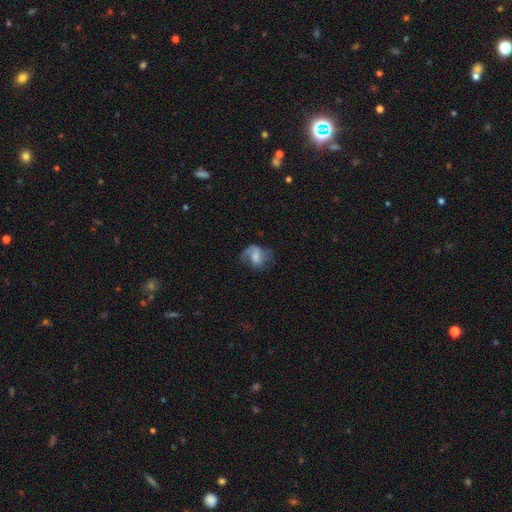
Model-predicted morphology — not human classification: smooth_or_featured: featured or disk (p=0.54) [alt: smooth p=0.37]
disk_edge_on: no (p=0.97) [alt: yes p=0.03]
bar: weak (p=0.44) [alt: no p=0.36]
has_spiral_arms: yes (p=0.79) [alt: no p=0.21]
bulge_size: none (p=0.35) [alt: moderate p=0.26]
merging: none (p=0.46) [alt: major disturbance p=0.27]